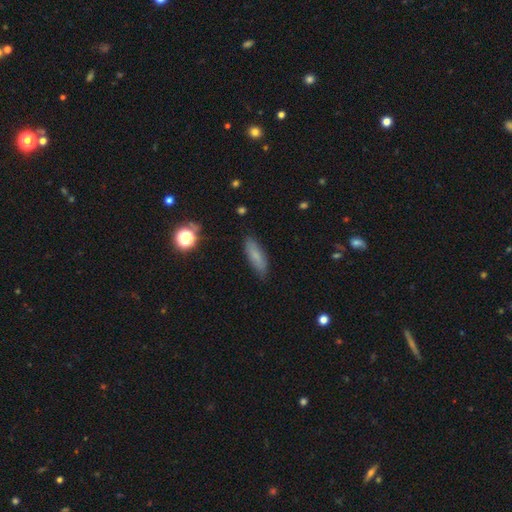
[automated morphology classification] type=smooth (75%); roundness=in between (54%); merging=none (83%).